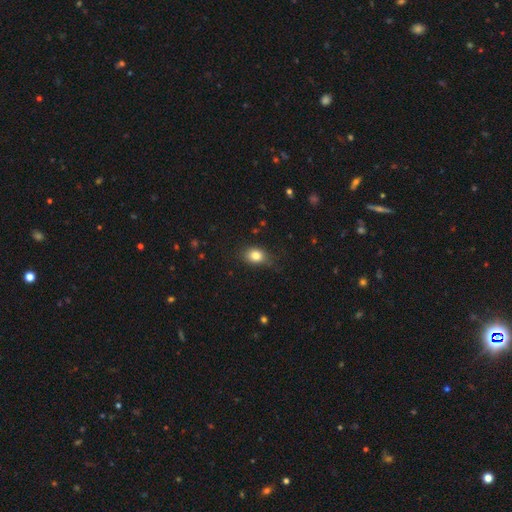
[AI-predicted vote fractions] This appears to be a smooth galaxy with no disk features (82%) that is in between round and cigar-shaped (66%). Merging: none (77%).